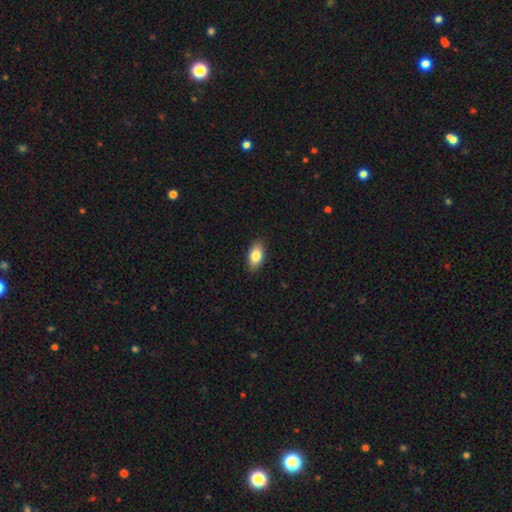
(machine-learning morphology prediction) Smooth or featured? Predicted: smooth (p=0.83). How rounded? Predicted: in between (p=0.91). Merging? Predicted: none (p=0.89).